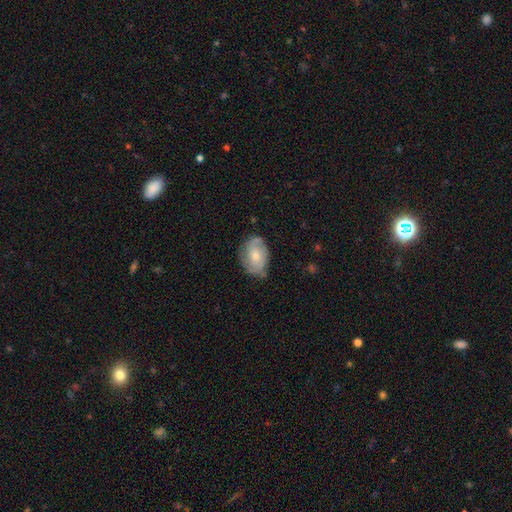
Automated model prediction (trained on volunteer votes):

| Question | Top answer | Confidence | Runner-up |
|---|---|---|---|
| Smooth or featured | featured or disk | 54% | smooth (39%) |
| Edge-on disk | no | 96% | yes (4%) |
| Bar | no | 75% | weak (21%) |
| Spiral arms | yes | 79% | no (21%) |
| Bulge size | moderate | 51% | small (42%) |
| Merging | none | 62% | minor disturbance (28%) |